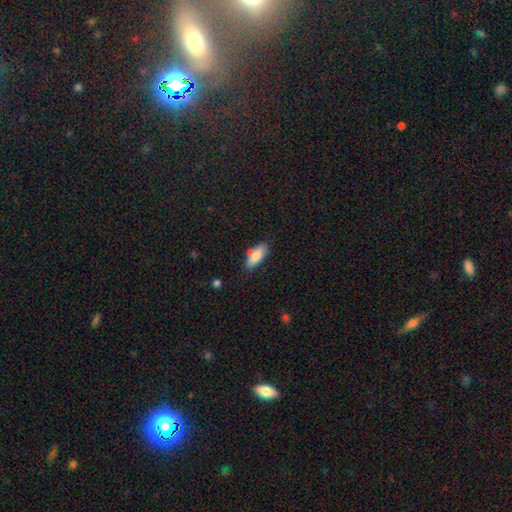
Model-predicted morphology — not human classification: This is clearly a smooth galaxy (81%). How rounded: likely in between (76%). Merging: likely none (71%).